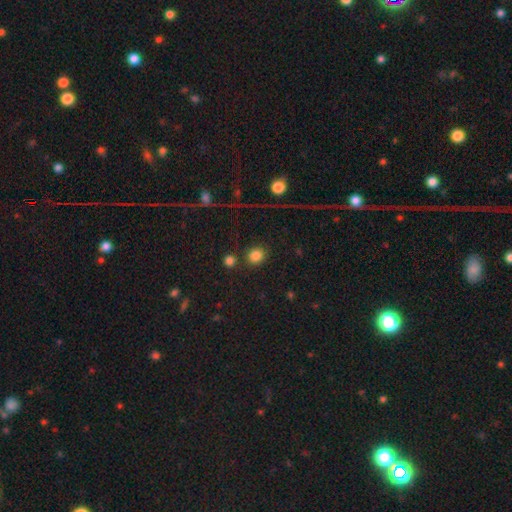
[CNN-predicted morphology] smooth 80%, star or artifact 14%, featured or disk 5%. Down the decision tree: how rounded — round (80%); merging — none (81%).